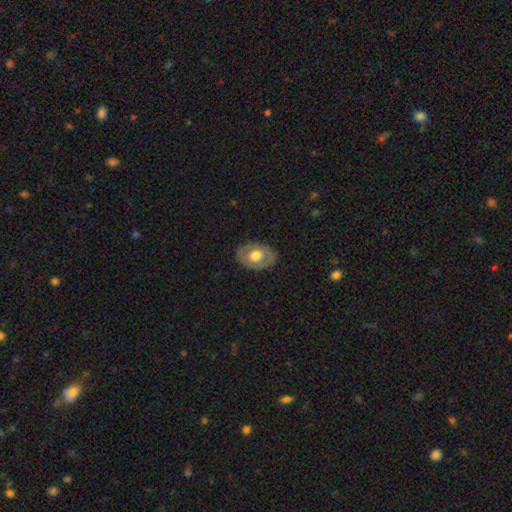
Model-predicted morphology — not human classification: Smooth or featured? smooth (57%)
How rounded? in between (79%)
Merging? none (82%)